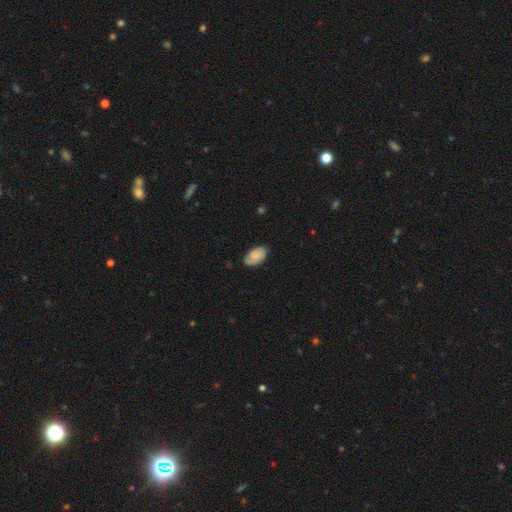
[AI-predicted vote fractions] Q: Smooth or featured?
A: smooth (64%); runner-up: featured or disk (29%)
Q: How rounded?
A: in between (93%); runner-up: round (5%)
Q: Merging?
A: none (75%); runner-up: minor disturbance (20%)